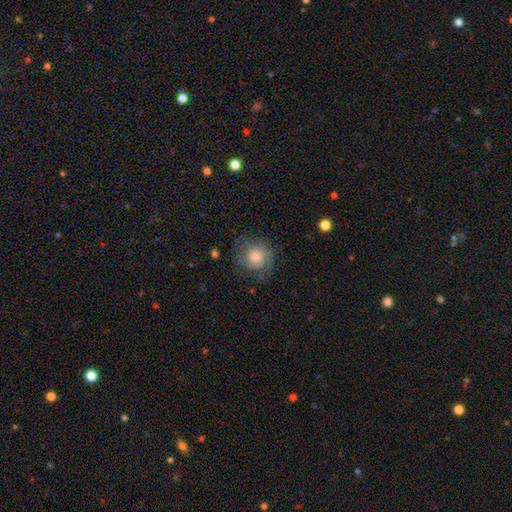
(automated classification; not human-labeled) Morphology: type=featured or disk (47%); merging=none (69%).